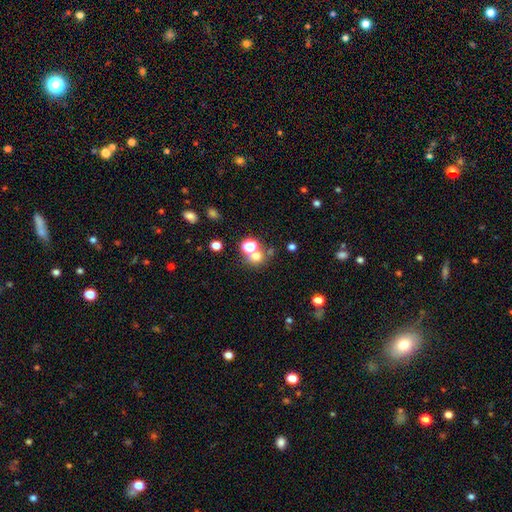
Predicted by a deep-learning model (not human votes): Smooth or featured? Predicted: smooth (p=0.61). How rounded? Predicted: round (p=0.83). Merging? Predicted: none (p=0.59).